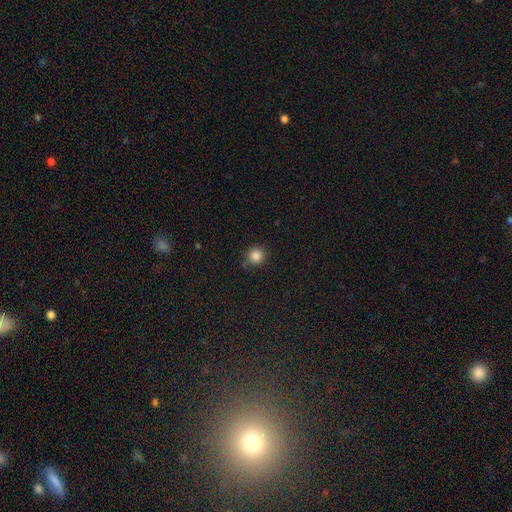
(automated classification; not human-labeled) smooth_or_featured: smooth (p=0.85) [alt: star or artifact p=0.11]
how_rounded: round (p=0.93) [alt: in between p=0.06]
merging: none (p=0.82) [alt: minor disturbance p=0.12]